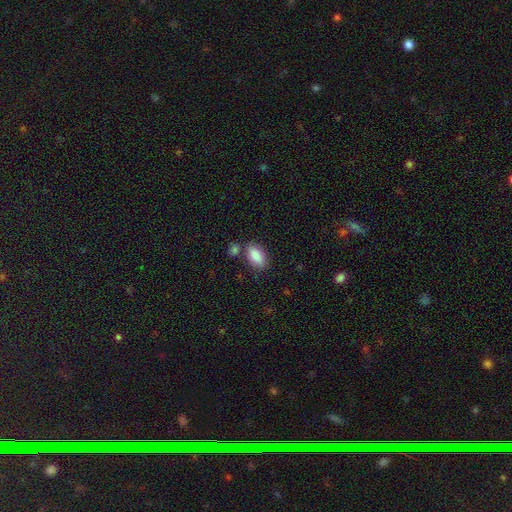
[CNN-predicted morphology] Q: Smooth or featured?
A: smooth (87%); runner-up: star or artifact (7%)
Q: How rounded?
A: in between (91%); runner-up: cigar-shaped (5%)
Q: Merging?
A: none (73%); runner-up: minor disturbance (13%)